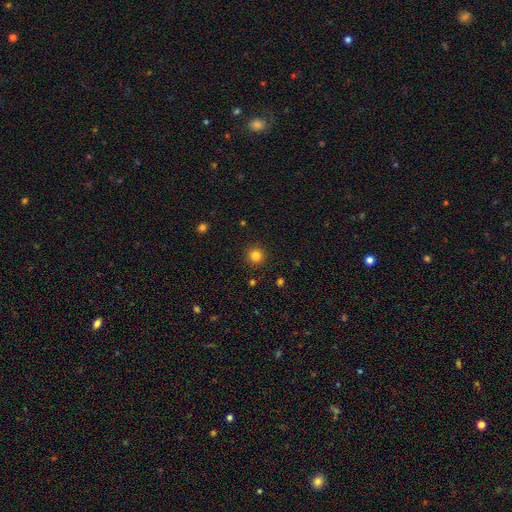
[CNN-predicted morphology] Smooth or featured? Predicted: smooth (p=0.83). How rounded? Predicted: round (p=0.95). Merging? Predicted: none (p=0.92).